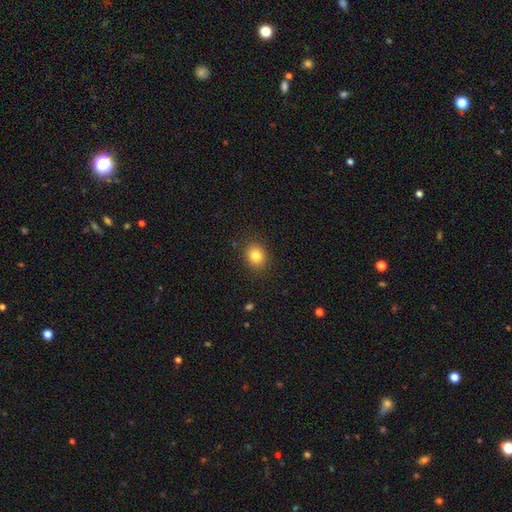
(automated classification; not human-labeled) This is clearly a smooth galaxy (82%). How rounded: likely round (68%). Merging: clearly none (88%).